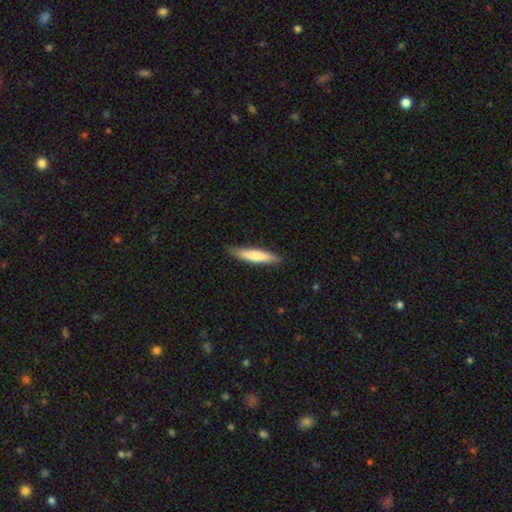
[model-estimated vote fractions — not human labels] A smooth galaxy with no disk features (75%) that is cigar-shaped (86%). Merging: none (87%).